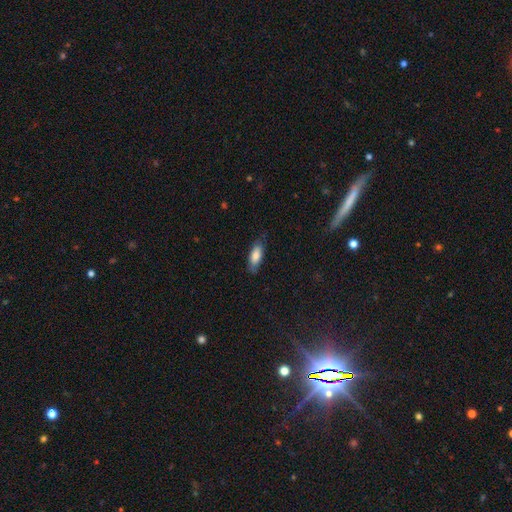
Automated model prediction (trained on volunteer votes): smooth 81%, featured or disk 12%, star or artifact 6%. Down the decision tree: how rounded — in between (77%); merging — none (77%).